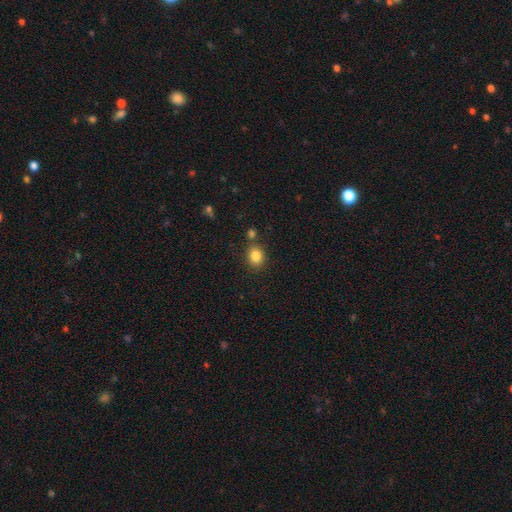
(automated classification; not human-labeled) A smooth galaxy with no disk features (84%) that is round (55%).

Vote fractions:
- Smooth or featured? smooth: 84% / star or artifact: 10% / featured or disk: 6%
- How rounded? round: 55% / in between: 44% / cigar-shaped: 1%
- Merging? none: 75% / merger: 11% / minor disturbance: 11% / major disturbance: 3%